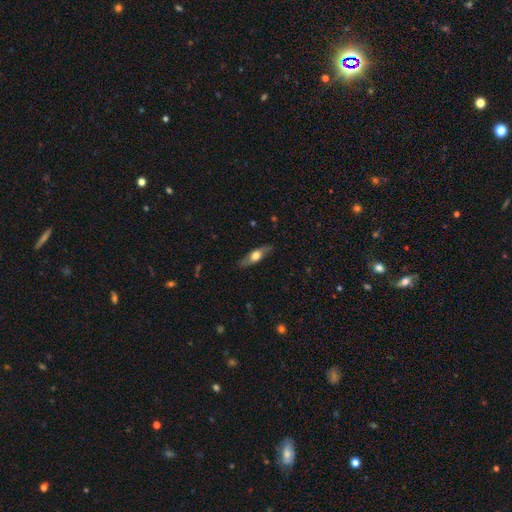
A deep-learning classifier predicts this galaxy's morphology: A featured or disk galaxy (47%, tied with smooth).

Vote fractions:
- Smooth or featured? featured or disk: 47% (tied) / smooth: 47% (tied) / star or artifact: 6%
- Merging? none: 83% / minor disturbance: 13% / major disturbance: 3% / merger: 1%